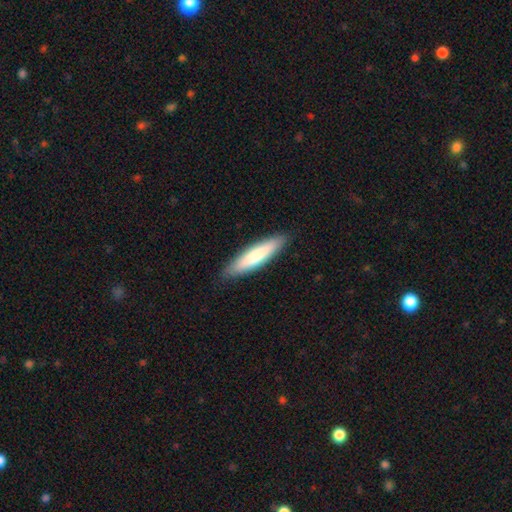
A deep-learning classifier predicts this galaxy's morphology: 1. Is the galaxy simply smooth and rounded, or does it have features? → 77% smooth, 18% featured or disk, 5% star or artifact.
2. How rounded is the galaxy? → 77% cigar-shaped, 22% in between, 1% round.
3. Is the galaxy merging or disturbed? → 88% none, 9% minor disturbance, 2% major disturbance, 1% merger.